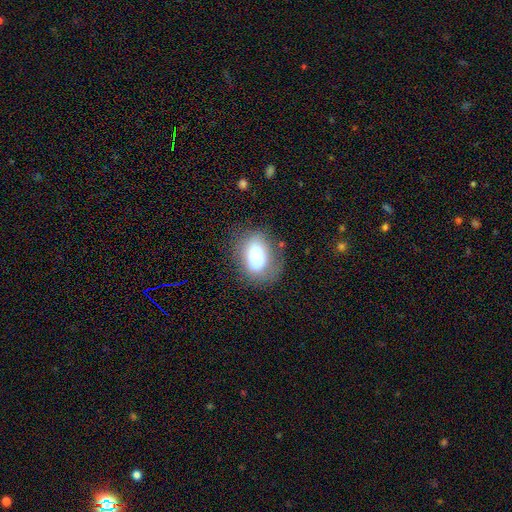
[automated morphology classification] The model was most divided on "merging": none: 68%, minor disturbance: 21%, major disturbance: 9%, merger: 2%. More confident: how rounded — in between (82%); smooth or featured — smooth (75%).